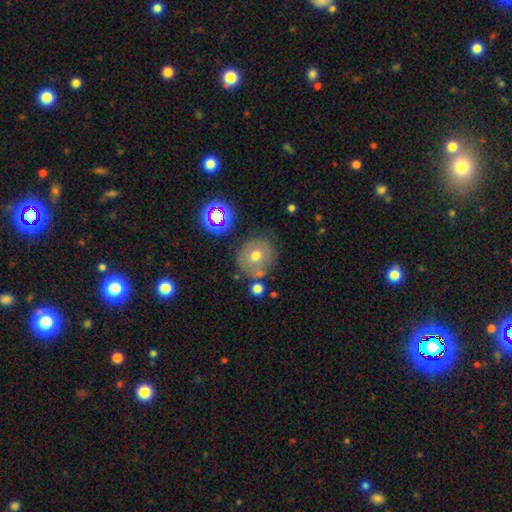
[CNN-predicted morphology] Smooth or featured?
  - smooth: 56% *
  - featured or disk: 27%
  - star or artifact: 16%
How rounded?
  - round: 83% *
  - in between: 16%
  - cigar-shaped: 1%
Merging?
  - none: 71% *
  - minor disturbance: 15%
  - merger: 9%
  - major disturbance: 5%